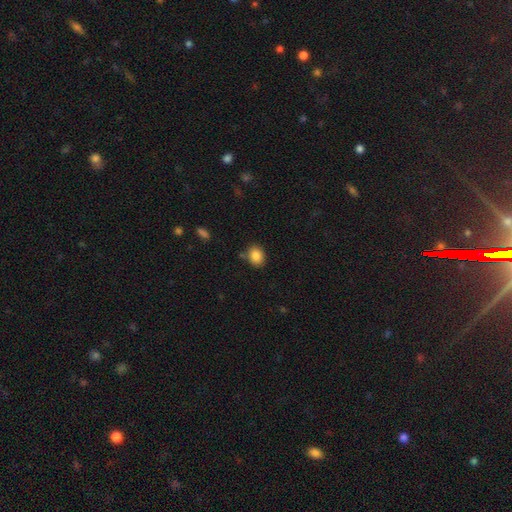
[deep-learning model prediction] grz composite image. It shows a smooth galaxy with no disk features (86%) that is in between round and cigar-shaped (54%). Merging: none (79%).